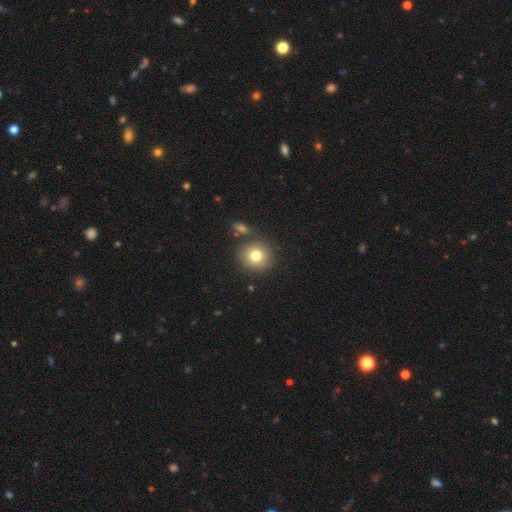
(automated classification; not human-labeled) smooth-or-featured: smooth: 78% | featured or disk: 11% | star or artifact: 11%
  how-rounded: round: 85% | in between: 14% | cigar-shaped: 1%
  merging: none: 78% | minor disturbance: 10% | merger: 8% | major disturbance: 3%